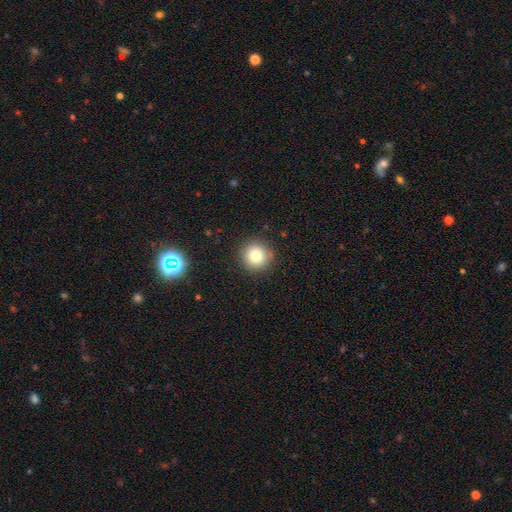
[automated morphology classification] This is clearly a smooth galaxy (81%). How rounded: clearly round (94%). Merging: clearly none (89%).